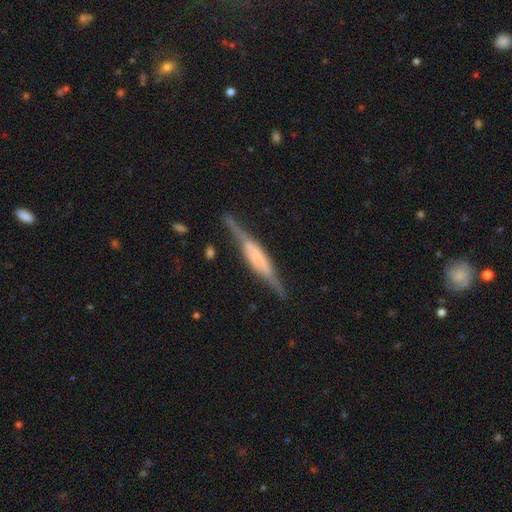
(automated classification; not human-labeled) Smooth or featured? Predicted: featured or disk (p=0.79). Edge-on disk? Predicted: yes (p=0.97). Edge-on bulge? Predicted: boxy (p=0.67). Merging? Predicted: none (p=0.81).